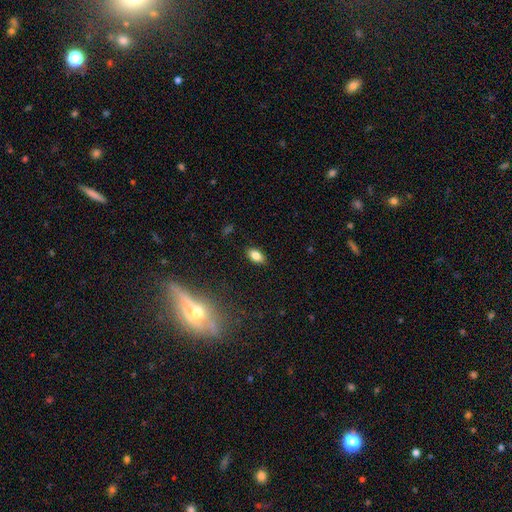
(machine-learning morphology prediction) A smooth galaxy with no disk features (80%) that is in between round and cigar-shaped (89%). Merging: none (88%).